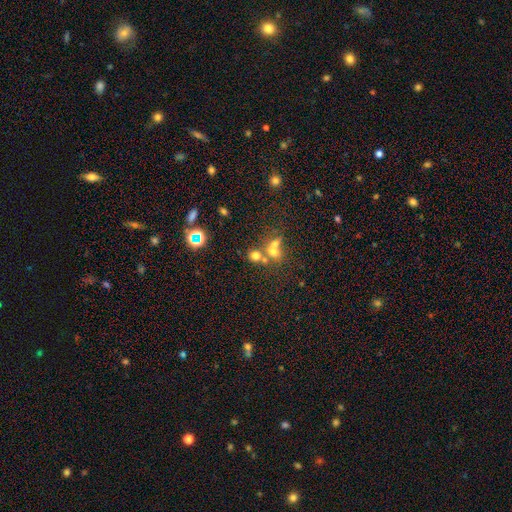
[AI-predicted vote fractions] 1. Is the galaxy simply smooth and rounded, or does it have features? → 62% smooth, 23% star or artifact, 15% featured or disk.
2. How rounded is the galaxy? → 75% round, 23% in between, 1% cigar-shaped.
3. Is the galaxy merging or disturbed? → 44% none, 43% merger, 8% minor disturbance, 5% major disturbance.